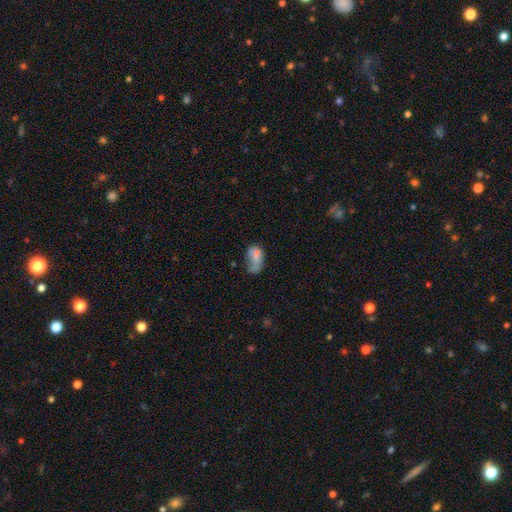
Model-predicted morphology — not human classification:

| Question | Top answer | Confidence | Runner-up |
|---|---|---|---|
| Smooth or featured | smooth | 65% | featured or disk (25%) |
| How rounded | in between | 89% | round (9%) |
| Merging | major disturbance | 38% | none (25%) |